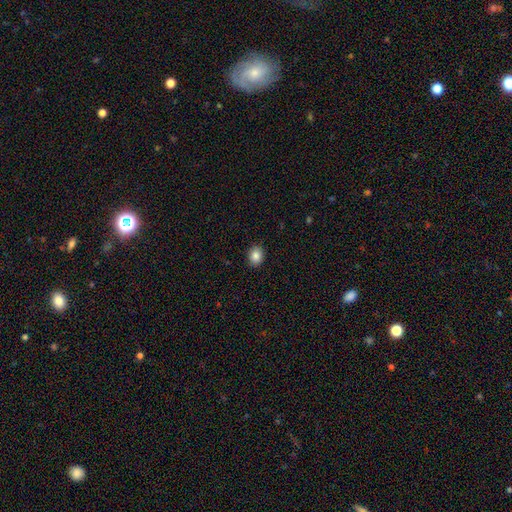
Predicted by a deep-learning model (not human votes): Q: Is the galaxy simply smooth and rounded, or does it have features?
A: smooth — 86%.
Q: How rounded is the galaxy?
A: round — 54%.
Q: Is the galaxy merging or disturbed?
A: none — 89%.